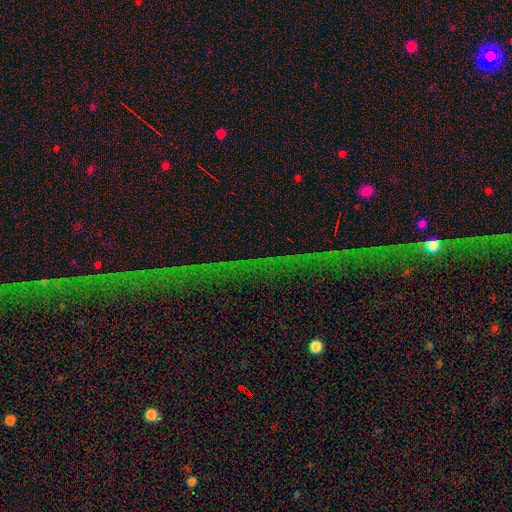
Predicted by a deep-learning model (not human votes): This appears to be a star or artifact, not a galaxy (74%).